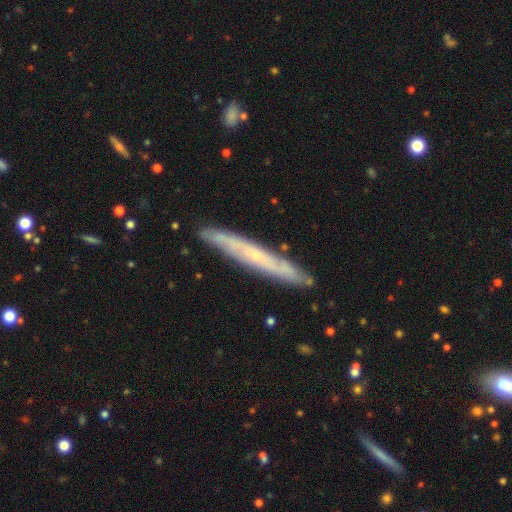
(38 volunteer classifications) Overall: featured or disk (79%). Edge-on disk: yes (70%; no 30%). Edge-on bulge: rounded (57%; none 38%). Merging: none (89%).